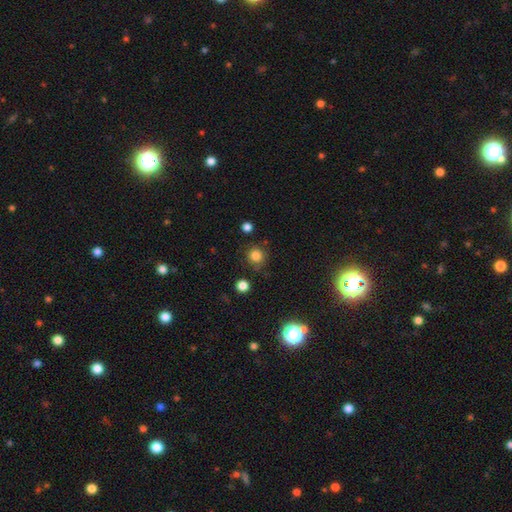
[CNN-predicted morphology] Smooth or featured? smooth (82%)
How rounded? round (92%)
Merging? none (81%)